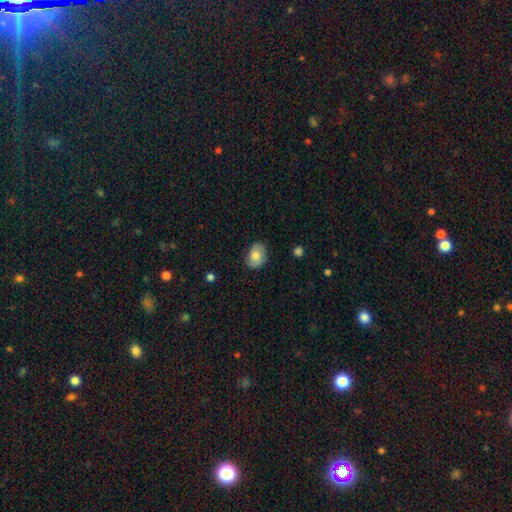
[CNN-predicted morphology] Q: Smooth or featured?
A: smooth (80%); runner-up: featured or disk (13%)
Q: How rounded?
A: in between (62%); runner-up: round (37%)
Q: Merging?
A: none (82%); runner-up: minor disturbance (15%)